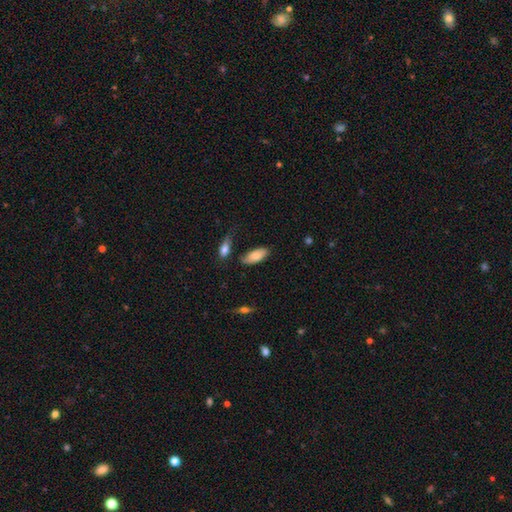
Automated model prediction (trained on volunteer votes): This appears to be a smooth galaxy with no disk features (81%) that is in between round and cigar-shaped (88%). Merging: none (66%).